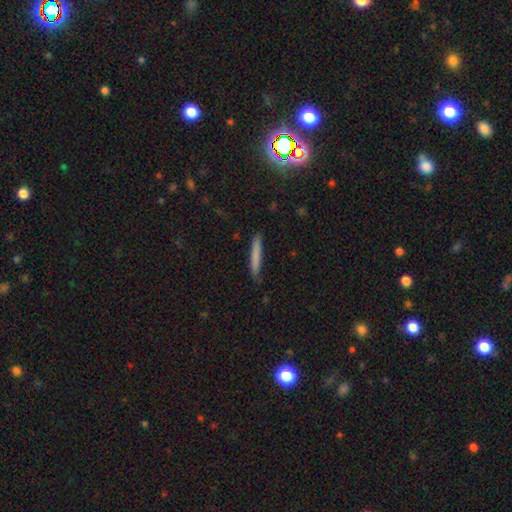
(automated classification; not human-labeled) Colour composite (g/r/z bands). It shows a smooth galaxy with no disk features (78%) that is cigar-shaped (95%). Merging: none (84%).